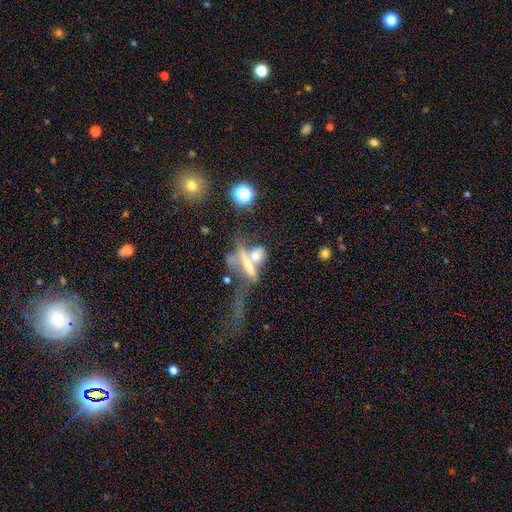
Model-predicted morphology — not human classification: Smooth or featured? Predicted: featured or disk (p=0.44). Merging? Predicted: merger (p=0.56).